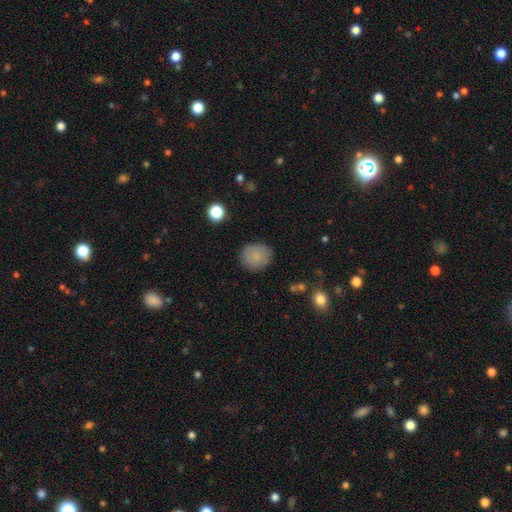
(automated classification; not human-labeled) Smooth or featured?
  - smooth: 82% *
  - featured or disk: 10%
  - star or artifact: 9%
How rounded?
  - round: 74% *
  - in between: 25%
  - cigar-shaped: 1%
Merging?
  - none: 83% *
  - minor disturbance: 12%
  - major disturbance: 3%
  - merger: 1%